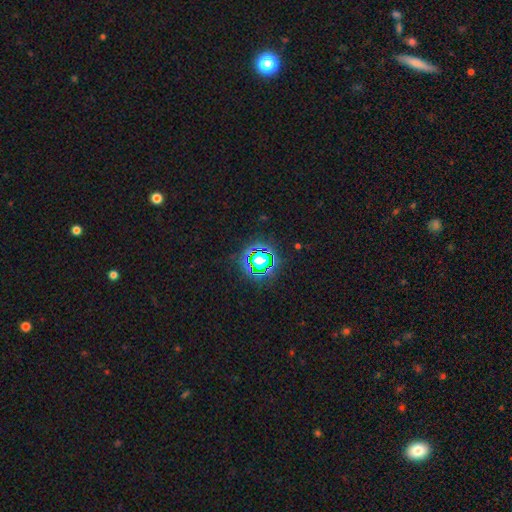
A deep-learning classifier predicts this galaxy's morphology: Smooth or featured? Predicted: star or artifact (p=0.65).